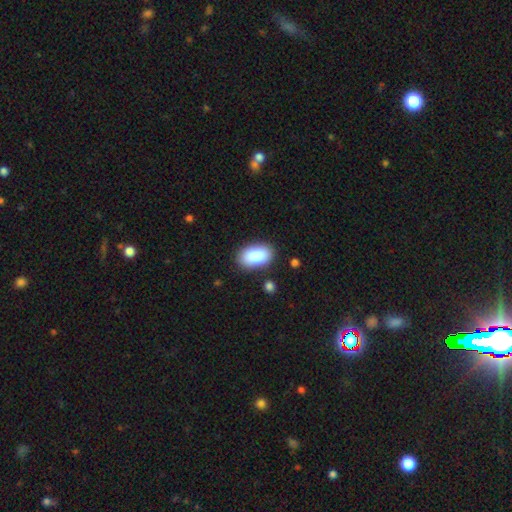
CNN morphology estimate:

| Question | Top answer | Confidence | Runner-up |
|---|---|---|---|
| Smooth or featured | smooth | 86% | featured or disk (7%) |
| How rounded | in between | 93% | round (6%) |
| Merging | none | 85% | minor disturbance (10%) |